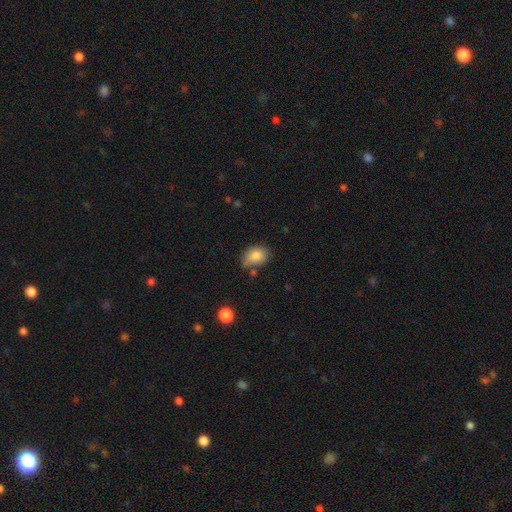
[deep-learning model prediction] A smooth galaxy with no disk features (83%) that is in between round and cigar-shaped (74%). Merging: none (58%).